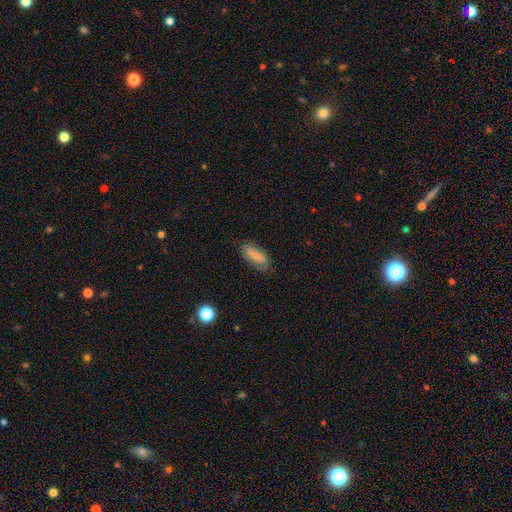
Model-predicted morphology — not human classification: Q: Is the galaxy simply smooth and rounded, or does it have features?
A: smooth — 64%.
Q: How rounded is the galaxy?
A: in between — 82%.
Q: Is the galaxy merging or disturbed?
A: none — 76%.